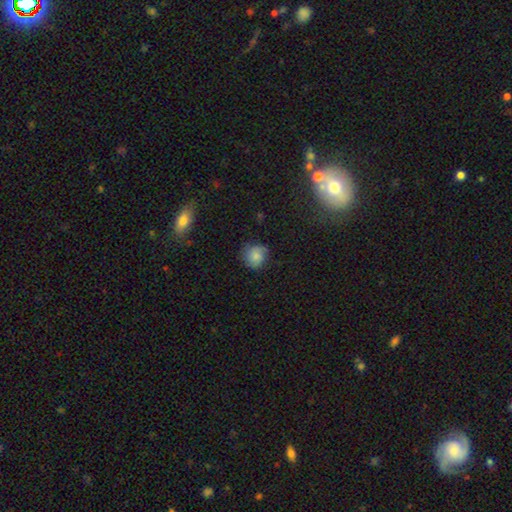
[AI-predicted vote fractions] Smooth or featured: smooth — 66% (featured or disk — 24%)
How rounded: round — 81% (in between — 18%)
Merging: none — 69% (minor disturbance — 23%)